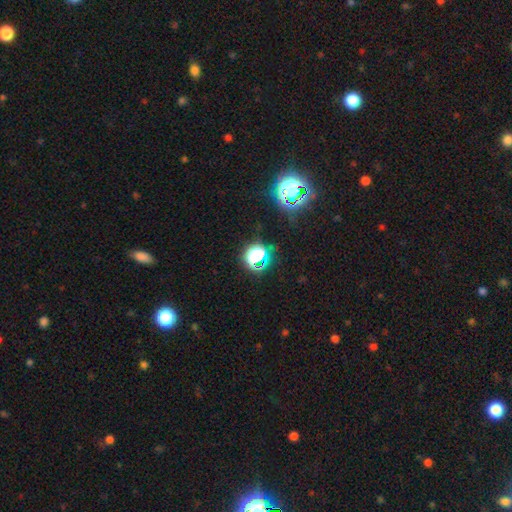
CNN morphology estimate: The model was most divided on "smooth or featured": star or artifact: 62%, smooth: 29%, featured or disk: 9%.